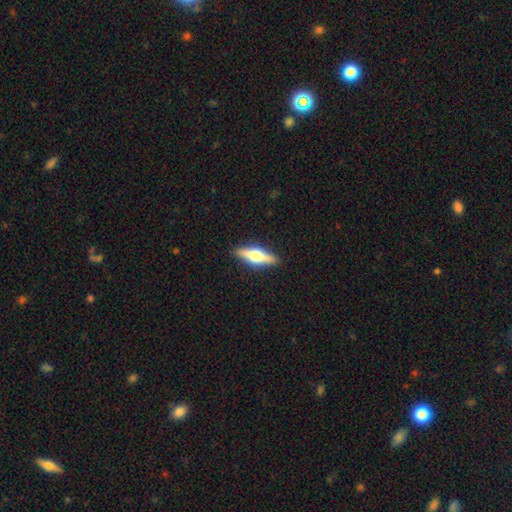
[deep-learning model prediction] A featured or disk galaxy (56%) viewed edge-on (94%) with a rounded central bulge (95%).

Vote fractions:
- Smooth or featured? featured or disk: 56% / smooth: 37% / star or artifact: 6%
- Edge-on disk? yes: 94% / no: 6%
- Edge-on bulge? rounded: 95% / boxy: 3% / none: 2%
- Merging? none: 90% / minor disturbance: 7% / major disturbance: 2% / merger: 1%